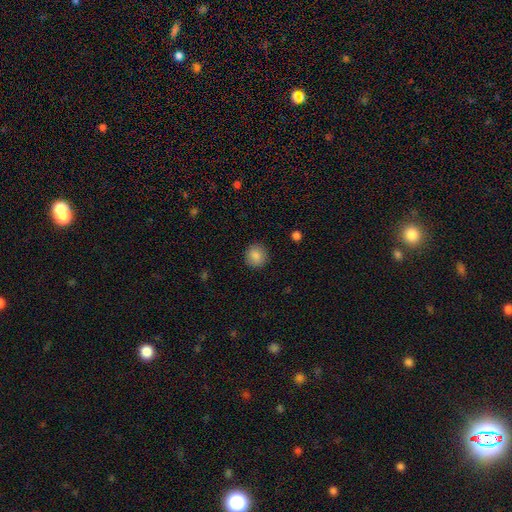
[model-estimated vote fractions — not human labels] smooth 87%, star or artifact 9%, featured or disk 4%. Down the decision tree: how rounded — round (91%); merging — none (91%).